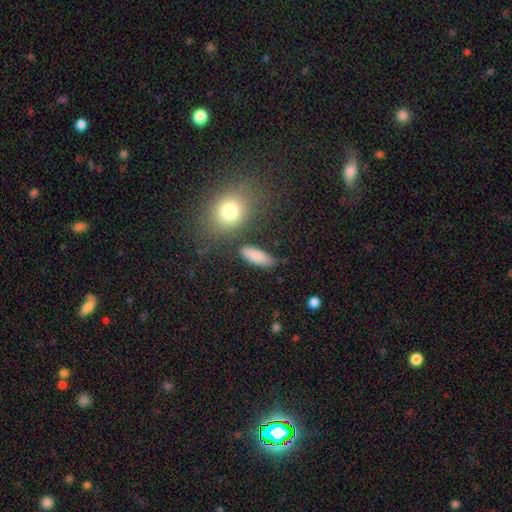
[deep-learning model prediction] Smooth or featured: smooth — 83% (featured or disk — 9%)
How rounded: in between — 70% (cigar-shaped — 25%)
Merging: none — 75% (minor disturbance — 14%)